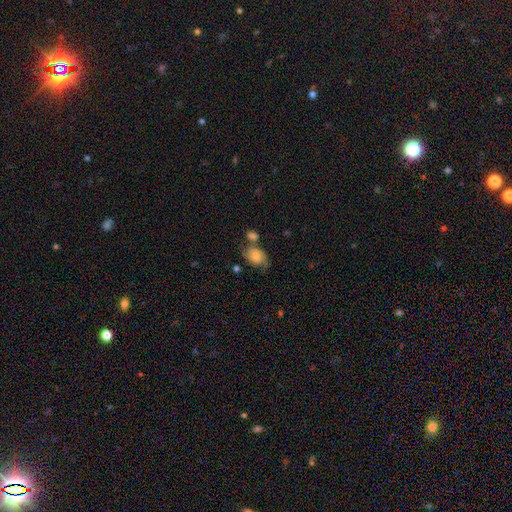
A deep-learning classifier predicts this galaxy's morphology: Q: Smooth or featured?
A: smooth (59%); runner-up: featured or disk (32%)
Q: How rounded?
A: in between (76%); runner-up: round (23%)
Q: Merging?
A: none (41%); runner-up: merger (24%)